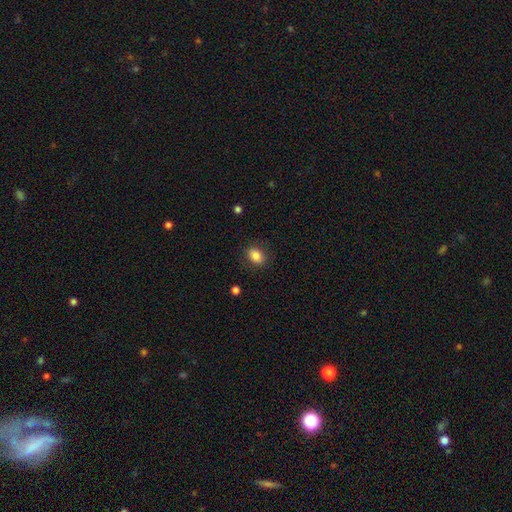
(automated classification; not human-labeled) Q: Smooth or featured?
A: smooth (83%); runner-up: star or artifact (9%)
Q: How rounded?
A: in between (68%); runner-up: round (31%)
Q: Merging?
A: none (85%); runner-up: minor disturbance (11%)